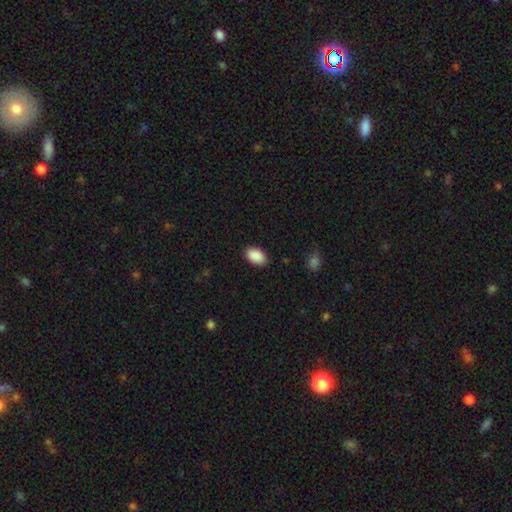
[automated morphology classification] This is clearly a smooth galaxy (91%). How rounded: clearly in between (91%). Merging: clearly none (88%).